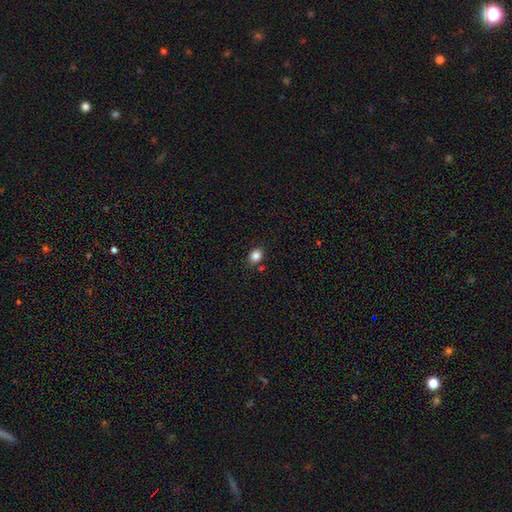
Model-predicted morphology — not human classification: The model was most divided on "how rounded": in between: 57%, round: 42%, cigar-shaped: 1%. More confident: smooth or featured — smooth (84%); merging — none (81%).